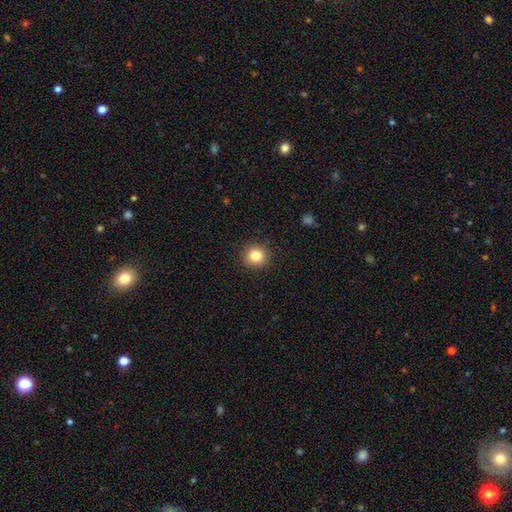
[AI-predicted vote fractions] This appears to be a smooth galaxy with no disk features (83%) that is round (93%). Merging: none (91%).